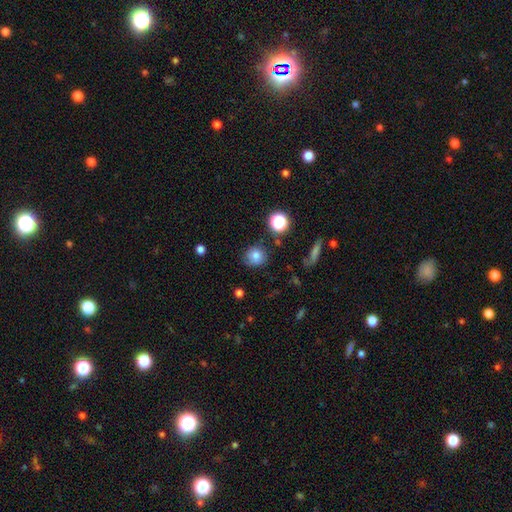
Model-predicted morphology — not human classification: A smooth galaxy with no disk features (78%) that is round (85%).

Vote fractions:
- Smooth or featured? smooth: 78% / star or artifact: 14% / featured or disk: 8%
- How rounded? round: 85% / in between: 14% / cigar-shaped: 1%
- Merging? none: 78% / minor disturbance: 15% / major disturbance: 4% / merger: 3%